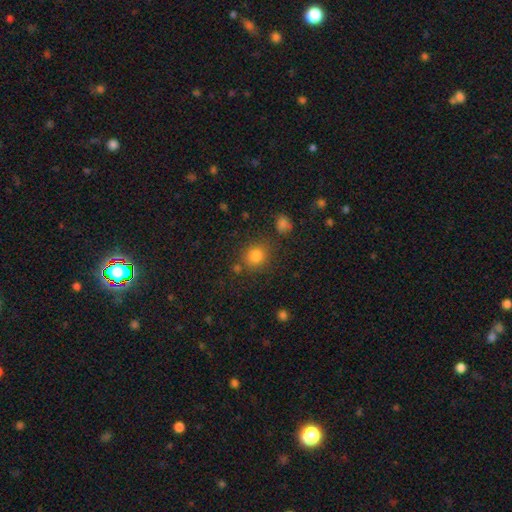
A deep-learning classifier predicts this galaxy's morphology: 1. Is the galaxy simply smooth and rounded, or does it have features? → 82% smooth, 13% star or artifact, 6% featured or disk.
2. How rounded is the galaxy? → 83% round, 17% in between, 1% cigar-shaped.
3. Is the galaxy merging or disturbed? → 78% none, 11% minor disturbance, 7% merger, 4% major disturbance.